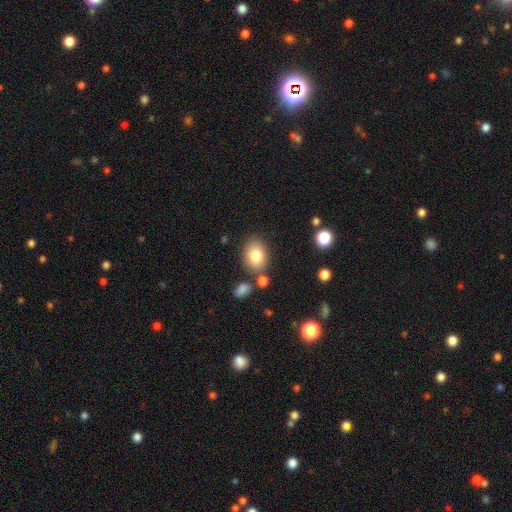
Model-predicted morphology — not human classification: Overall: smooth (81%). How rounded: in between (64%; round 35%). Merging: none (77%).